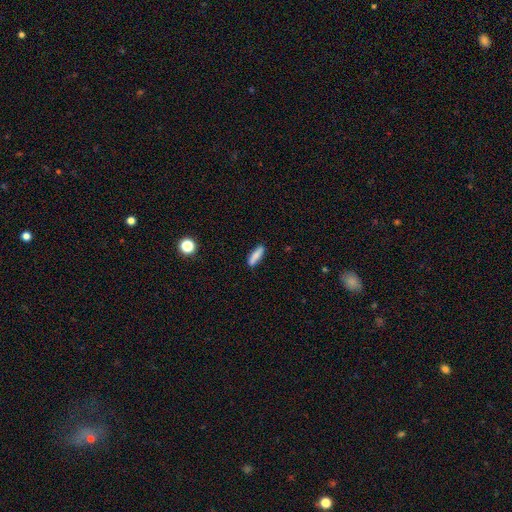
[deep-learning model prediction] This appears to be a smooth galaxy with no disk features (84%) that is cigar-shaped (68%). Merging: none (86%).